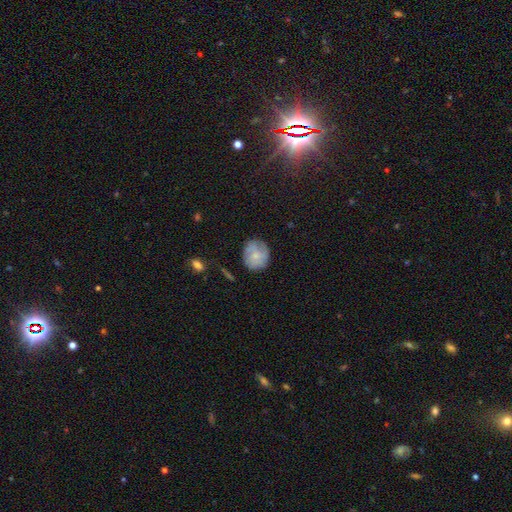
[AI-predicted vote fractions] smooth 61%, featured or disk 32%, star or artifact 7%. Down the decision tree: how rounded — round (76%); merging — none (70%).